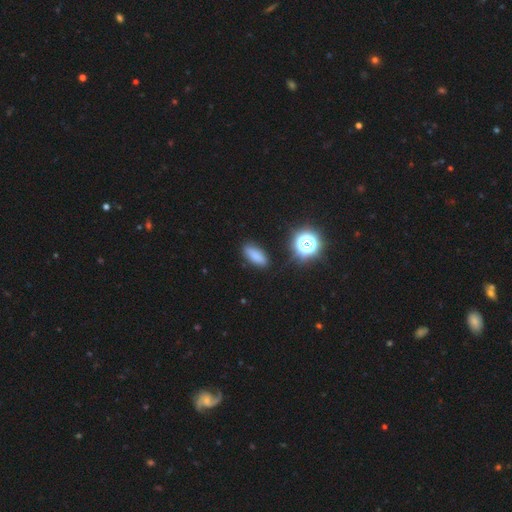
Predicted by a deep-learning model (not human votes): smooth_or_featured: smooth (p=0.79) [alt: star or artifact p=0.15]
how_rounded: in between (p=0.74) [alt: cigar-shaped p=0.20]
merging: none (p=0.85) [alt: minor disturbance p=0.11]